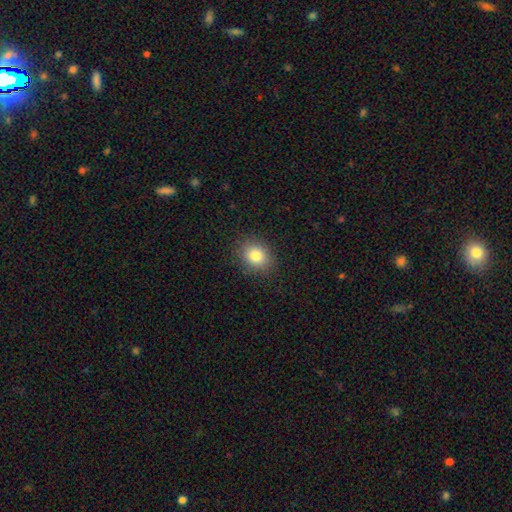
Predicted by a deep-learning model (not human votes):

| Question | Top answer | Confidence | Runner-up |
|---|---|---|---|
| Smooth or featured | smooth | 83% | star or artifact (10%) |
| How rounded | round | 54% | in between (45%) |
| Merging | none | 87% | minor disturbance (10%) |